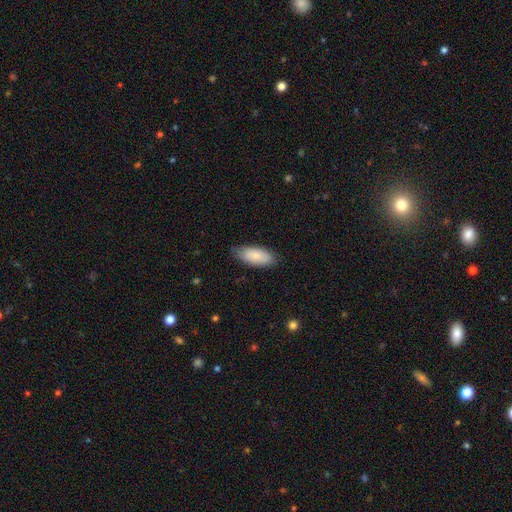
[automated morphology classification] A smooth galaxy with no disk features (83%) that is in between round and cigar-shaped (87%). Merging: none (76%).